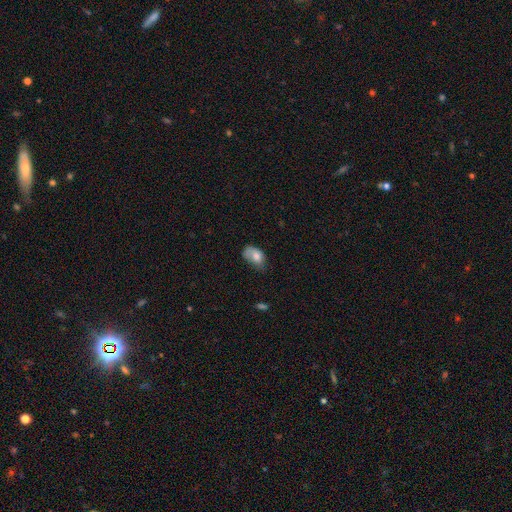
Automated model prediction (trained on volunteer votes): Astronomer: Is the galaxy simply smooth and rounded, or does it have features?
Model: smooth — 73%.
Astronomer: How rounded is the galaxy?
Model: in between — 89%.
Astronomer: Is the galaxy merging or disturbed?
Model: minor disturbance — 39% (runner-up: none, 33%).